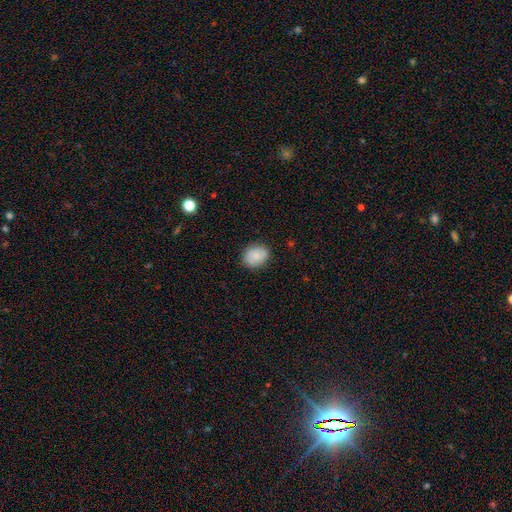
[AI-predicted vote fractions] Q: Smooth or featured?
A: smooth (85%); runner-up: star or artifact (7%)
Q: How rounded?
A: in between (51%); runner-up: round (48%)
Q: Merging?
A: none (84%); runner-up: minor disturbance (12%)